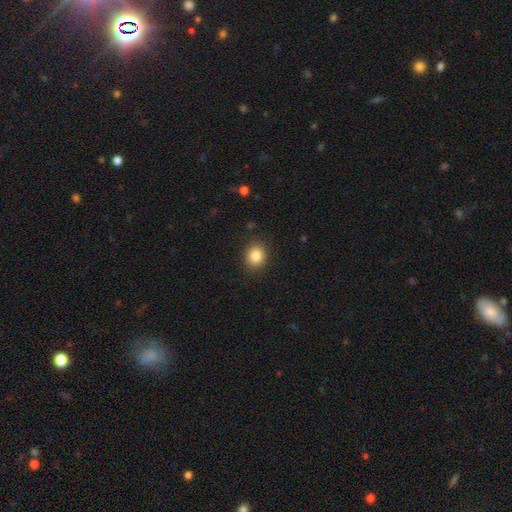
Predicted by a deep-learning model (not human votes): Morphology: type=smooth (85%); roundness=round (64%); merging=none (88%).